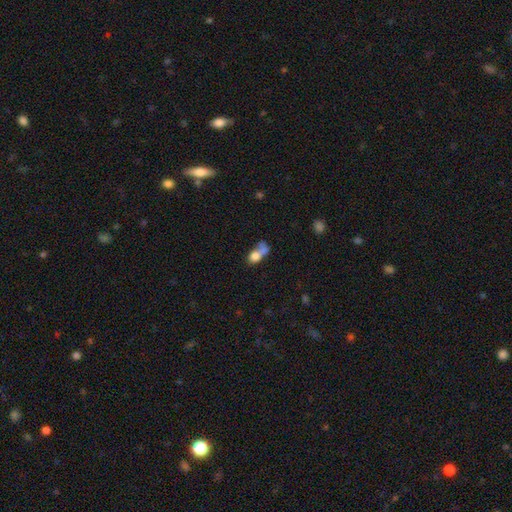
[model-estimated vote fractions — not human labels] The model was most divided on "how rounded": in between: 56%, round: 41%, cigar-shaped: 4%. More confident: smooth or featured — smooth (71%); merging — merger (63%).